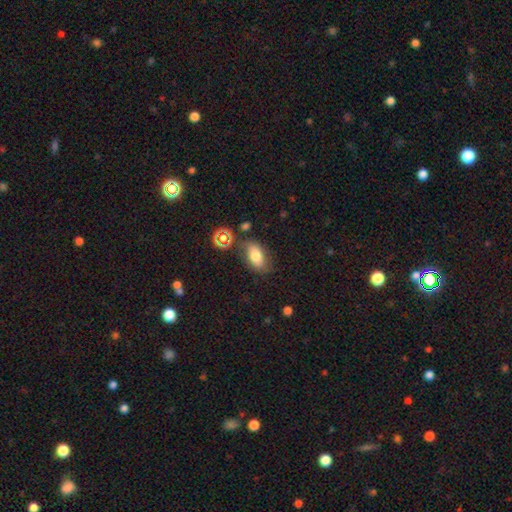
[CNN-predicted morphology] A smooth galaxy with no disk features (73%) that is in between round and cigar-shaped (88%).

Vote fractions:
- Smooth or featured? smooth: 73% / featured or disk: 16% / star or artifact: 11%
- How rounded? in between: 88% / round: 8% / cigar-shaped: 4%
- Merging? none: 73% / minor disturbance: 16% / major disturbance: 5% / merger: 5%